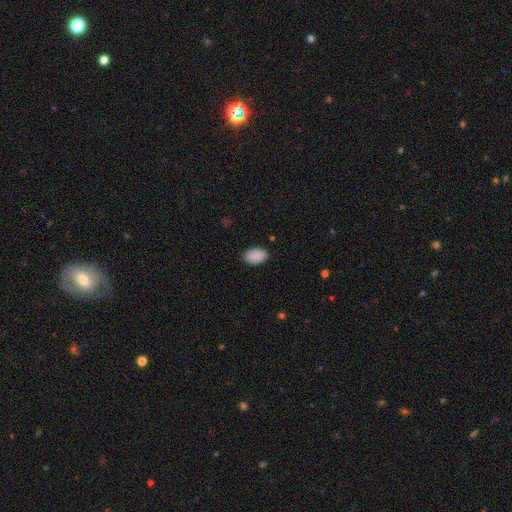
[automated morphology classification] smooth-or-featured: smooth: 90% | star or artifact: 7% | featured or disk: 3%
  how-rounded: in between: 92% | round: 7% | cigar-shaped: 1%
  merging: none: 87% | minor disturbance: 10% | major disturbance: 2% | merger: 1%